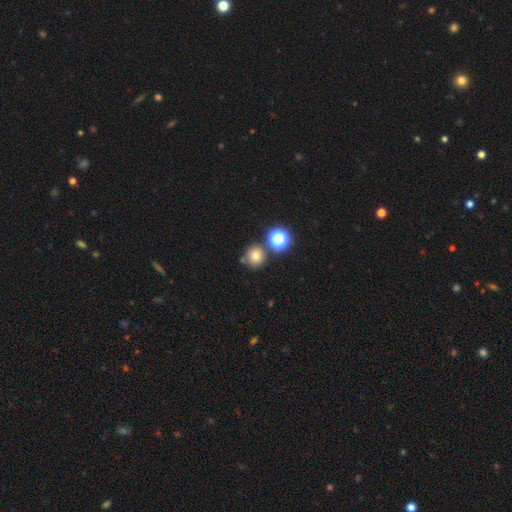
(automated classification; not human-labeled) Smooth or featured?
  - smooth: 73% *
  - star or artifact: 18%
  - featured or disk: 9%
How rounded?
  - round: 91% *
  - in between: 8%
  - cigar-shaped: 1%
Merging?
  - none: 74% *
  - merger: 14%
  - minor disturbance: 10%
  - major disturbance: 3%